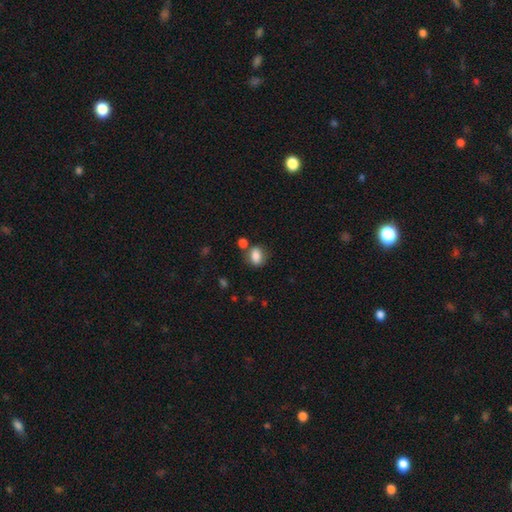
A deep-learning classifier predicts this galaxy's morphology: Smooth or featured: smooth — 84% (star or artifact — 9%)
How rounded: in between — 71% (round — 27%)
Merging: none — 64% (minor disturbance — 16%)